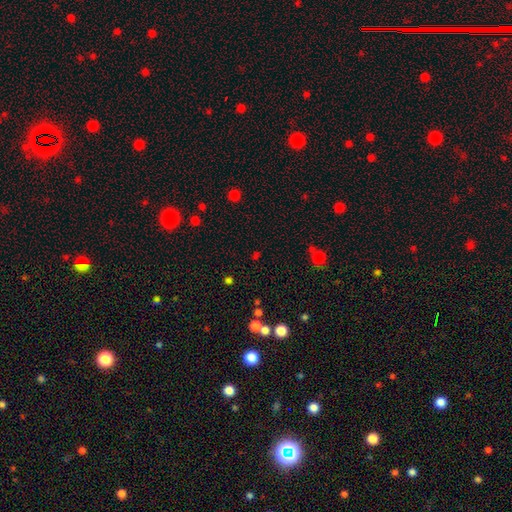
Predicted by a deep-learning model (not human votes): Morphology: type=star or artifact (48%).